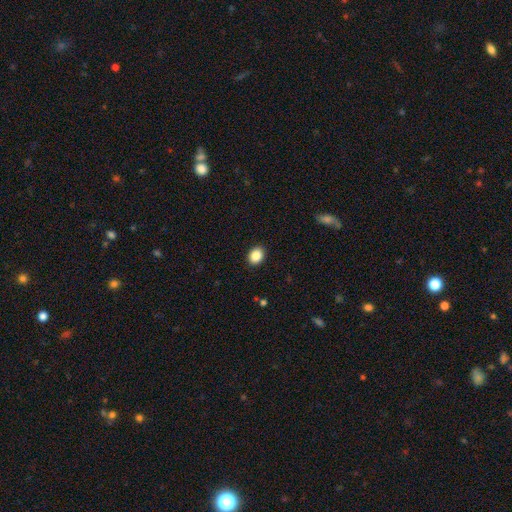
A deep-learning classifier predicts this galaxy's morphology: Smooth or featured? Predicted: smooth (p=0.88). How rounded? Predicted: in between (p=0.58). Merging? Predicted: none (p=0.91).